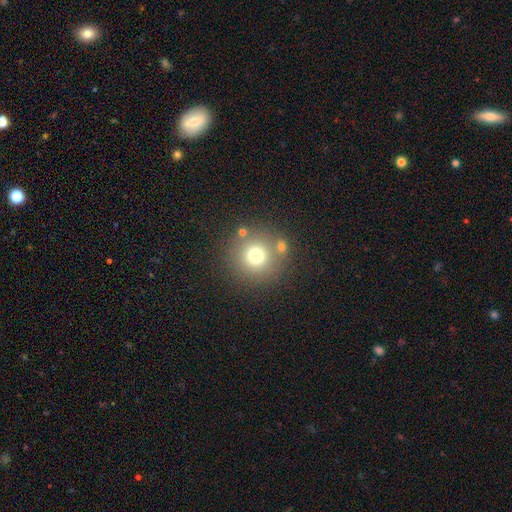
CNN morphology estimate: Smooth or featured? Predicted: smooth (p=0.73). How rounded? Predicted: round (p=0.95). Merging? Predicted: none (p=0.78).